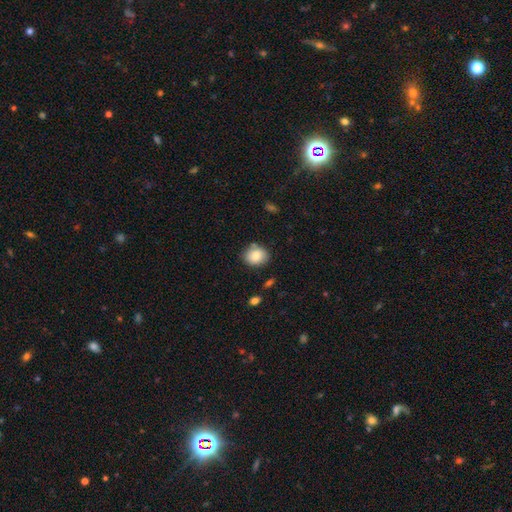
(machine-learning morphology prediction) Overall: smooth (85%). How rounded: round (59%; in between 40%). Merging: none (78%).